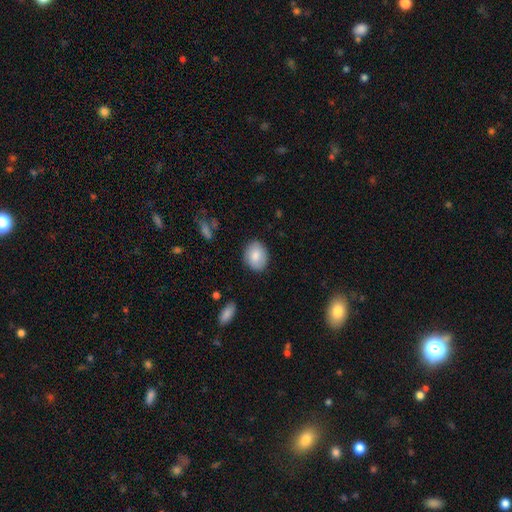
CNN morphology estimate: Smooth or featured?
  - smooth: 83% *
  - featured or disk: 10%
  - star or artifact: 7%
How rounded?
  - in between: 61% *
  - round: 38%
  - cigar-shaped: 1%
Merging?
  - none: 85% *
  - minor disturbance: 11%
  - major disturbance: 2%
  - merger: 1%